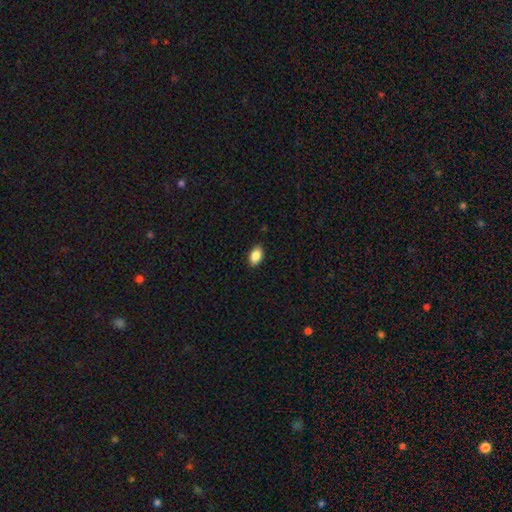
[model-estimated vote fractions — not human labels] smooth 89%, star or artifact 7%, featured or disk 4%. Down the decision tree: how rounded — in between (91%); merging — none (88%).